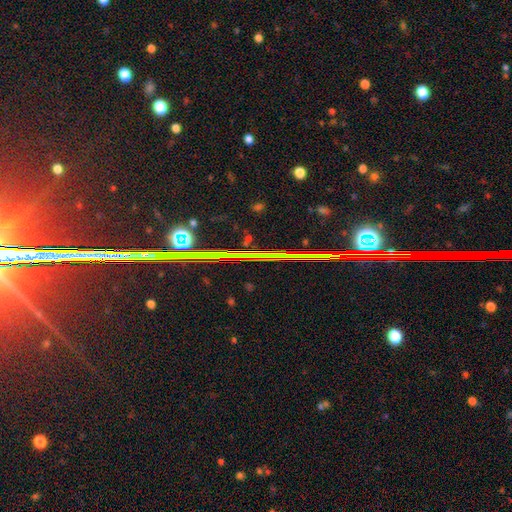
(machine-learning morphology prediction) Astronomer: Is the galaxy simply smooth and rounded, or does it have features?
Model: star or artifact — 83%.